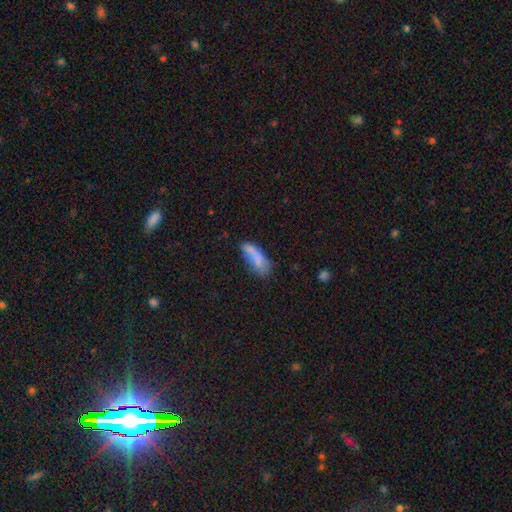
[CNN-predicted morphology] smooth 72%, featured or disk 19%, star or artifact 9%. Down the decision tree: how rounded — in between (60%); merging — none (47%).